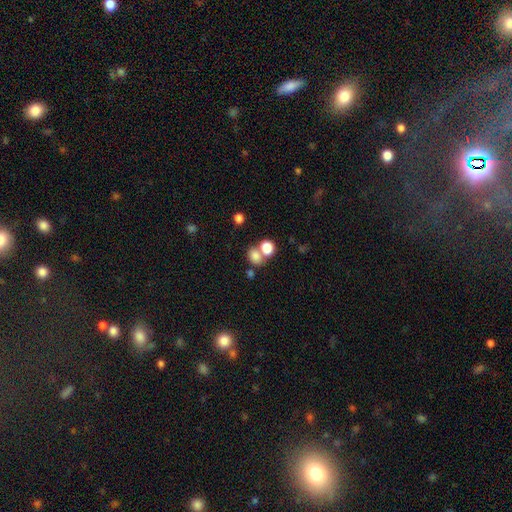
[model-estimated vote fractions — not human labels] A smooth galaxy with no disk features (78%) that is round (53%). Merging: none (44%).